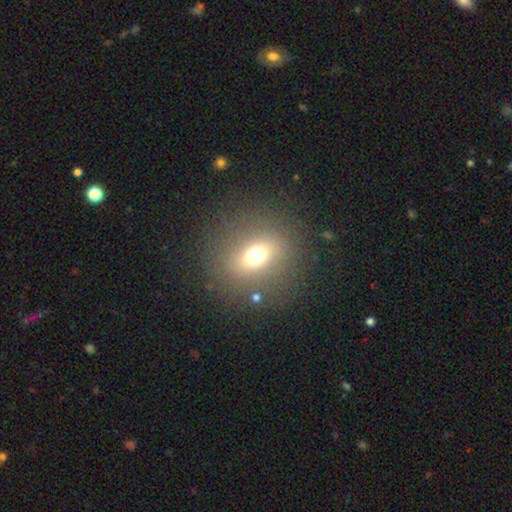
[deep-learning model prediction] A smooth galaxy with no disk features (65%) that is round (60%).

Vote fractions:
- Smooth or featured? smooth: 65% / star or artifact: 20% / featured or disk: 15%
- How rounded? round: 60% / in between: 38% / cigar-shaped: 2%
- Merging? none: 82% / minor disturbance: 9% / major disturbance: 6% / merger: 3%